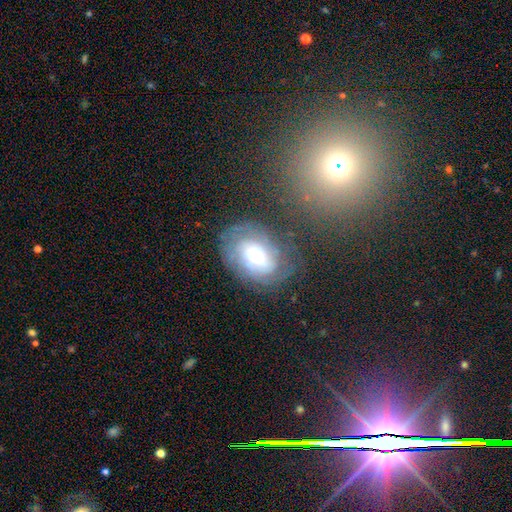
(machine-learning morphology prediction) This appears to be a featured or disk galaxy (61%) with no bar (60%), spiral arms (75%) and a moderate central bulge (57%). Merging: none (58%).